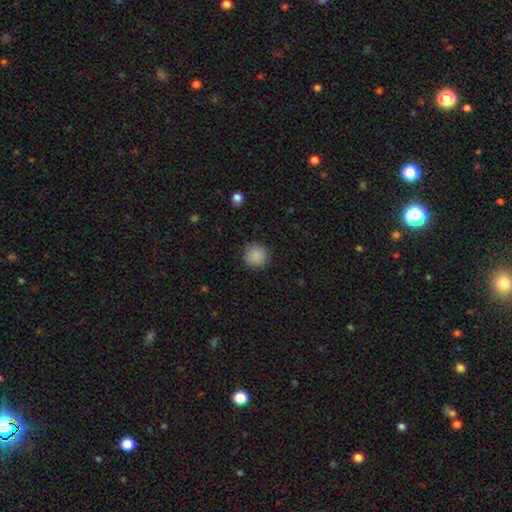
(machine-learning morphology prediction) This appears to be a smooth galaxy with no disk features (88%) that is round (94%). Merging: none (89%).